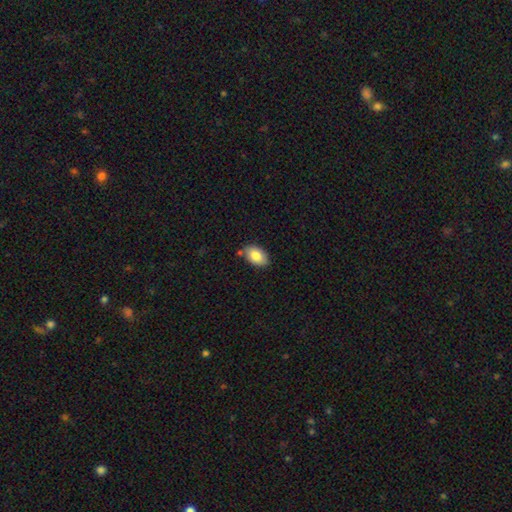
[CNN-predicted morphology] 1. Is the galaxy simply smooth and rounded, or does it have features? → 83% smooth, 10% featured or disk, 7% star or artifact.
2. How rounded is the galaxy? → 91% in between, 8% round, 1% cigar-shaped.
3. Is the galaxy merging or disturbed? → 77% none, 16% minor disturbance, 5% merger, 3% major disturbance.